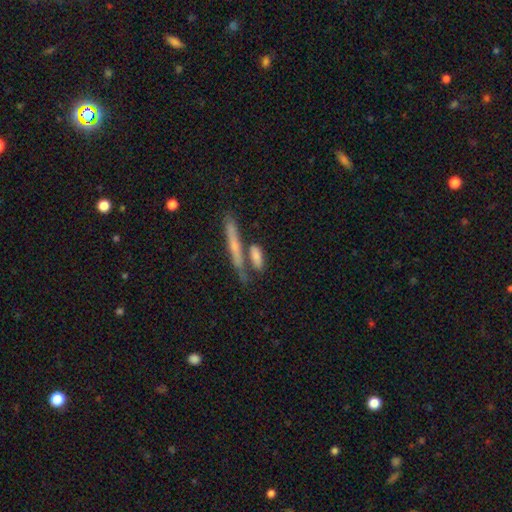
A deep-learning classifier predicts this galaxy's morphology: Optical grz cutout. It shows a smooth galaxy with no disk features (65%) that is cigar-shaped (65%). Merging: none (53%).